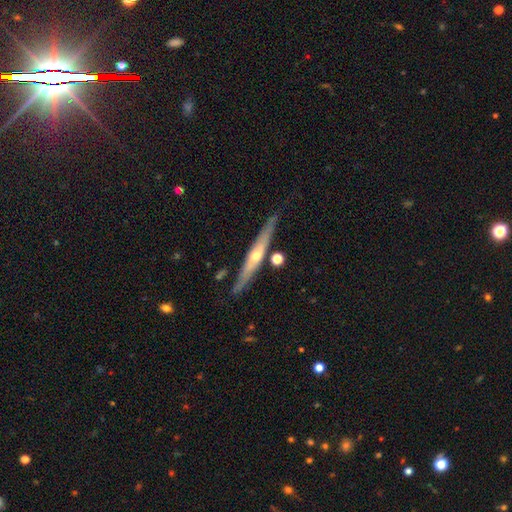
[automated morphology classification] Smooth or featured? Predicted: featured or disk (p=0.68). Edge-on disk? Predicted: yes (p=0.93). Edge-on bulge? Predicted: rounded (p=0.82). Merging? Predicted: none (p=0.82).